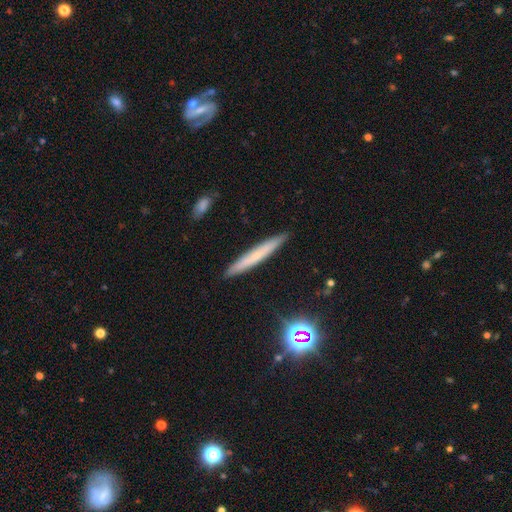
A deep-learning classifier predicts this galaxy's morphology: Smooth or featured?
  - smooth: 56% *
  - featured or disk: 34%
  - star or artifact: 10%
How rounded?
  - cigar-shaped: 96% *
  - in between: 3%
  - round: 2%
Merging?
  - none: 90% *
  - minor disturbance: 7%
  - major disturbance: 1%
  - merger: 1%